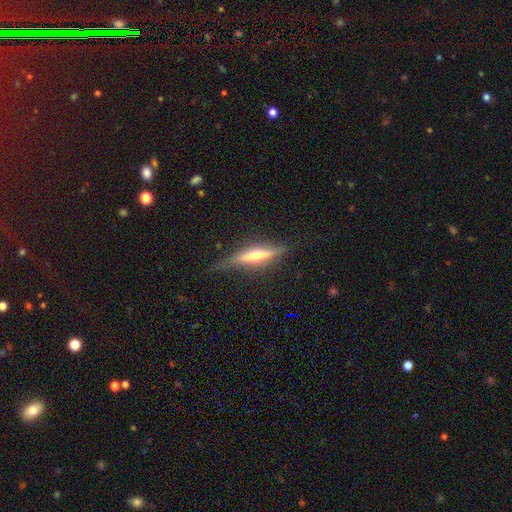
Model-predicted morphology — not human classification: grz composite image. It shows a featured or disk galaxy (69%) viewed edge-on (94%) with a rounded central bulge (81%). Merging: none (76%).